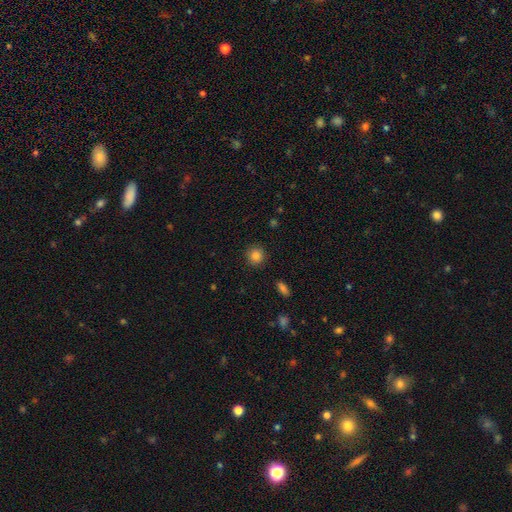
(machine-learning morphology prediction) This is clearly a smooth galaxy (84%). How rounded: clearly round (92%). Merging: clearly none (91%).